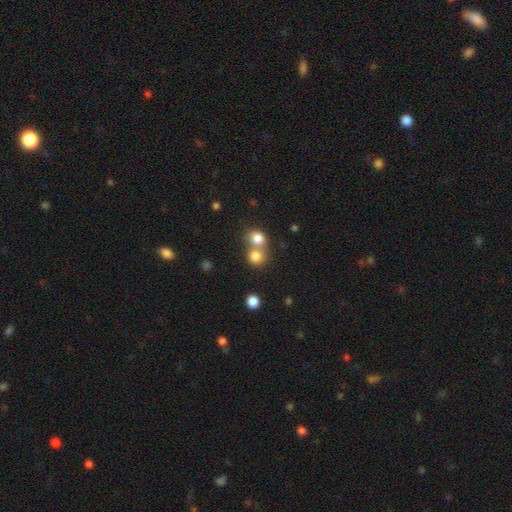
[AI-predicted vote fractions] smooth_or_featured: smooth (p=0.79) [alt: star or artifact p=0.12]
how_rounded: round (p=0.83) [alt: in between p=0.16]
merging: merger (p=0.53) [alt: none p=0.39]